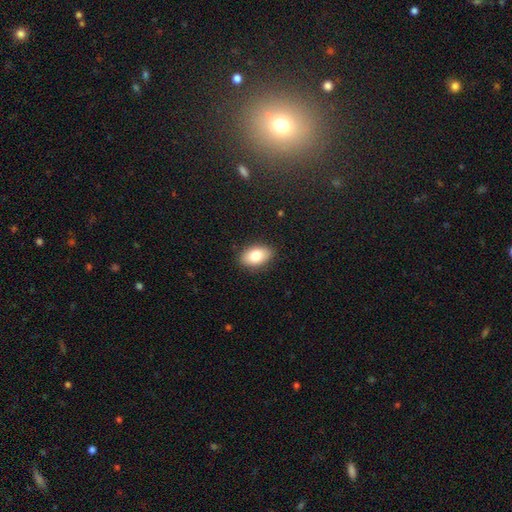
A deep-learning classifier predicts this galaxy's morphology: This appears to be a smooth galaxy with no disk features (82%) that is in between round and cigar-shaped (91%). Merging: none (88%).